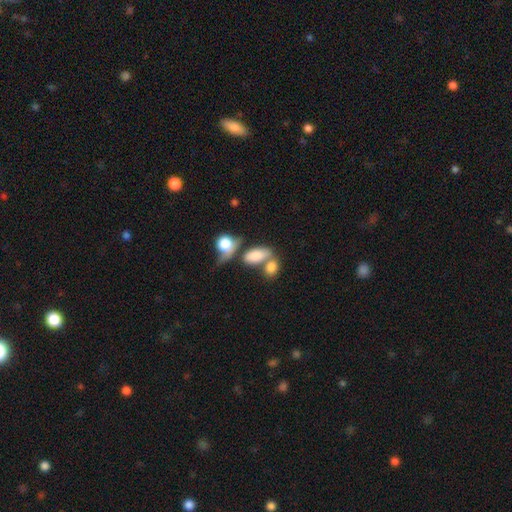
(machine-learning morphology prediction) Smooth or featured? Predicted: smooth (p=0.78). How rounded? Predicted: in between (p=0.88). Merging? Predicted: merger (p=0.49).